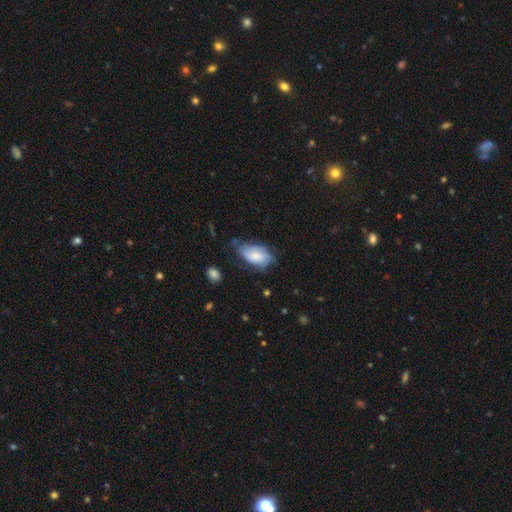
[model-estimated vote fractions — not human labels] Smooth or featured? Predicted: smooth (p=0.64). How rounded? Predicted: in between (p=0.92). Merging? Predicted: none (p=0.45).